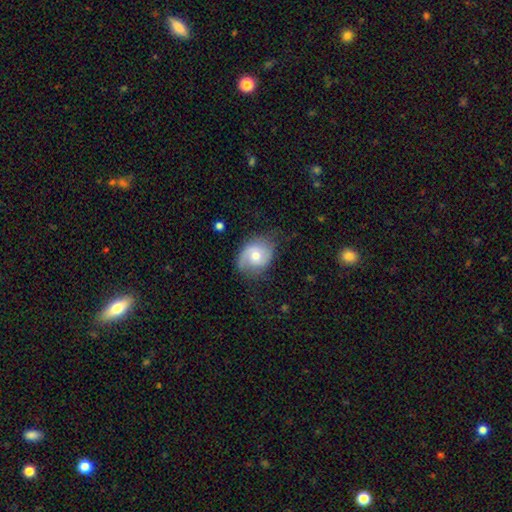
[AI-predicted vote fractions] smooth_or_featured: featured or disk (p=0.56) [alt: smooth p=0.37]
disk_edge_on: no (p=0.96) [alt: yes p=0.04]
bar: no (p=0.65) [alt: weak p=0.29]
has_spiral_arms: yes (p=0.83) [alt: no p=0.17]
bulge_size: moderate (p=0.67) [alt: small p=0.26]
merging: none (p=0.63) [alt: minor disturbance p=0.25]